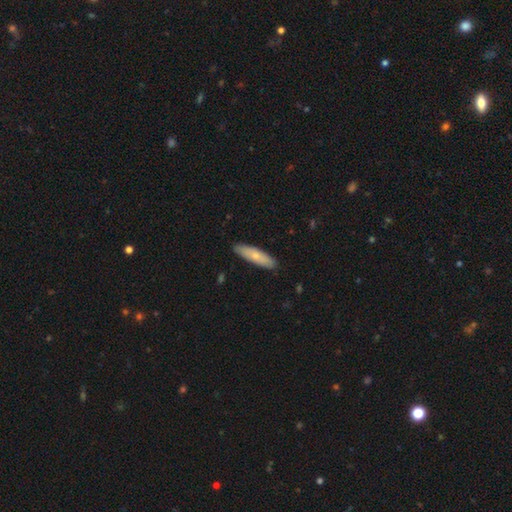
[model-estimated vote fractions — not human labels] A smooth galaxy with no disk features (66%) that is cigar-shaped (67%). Merging: none (88%).